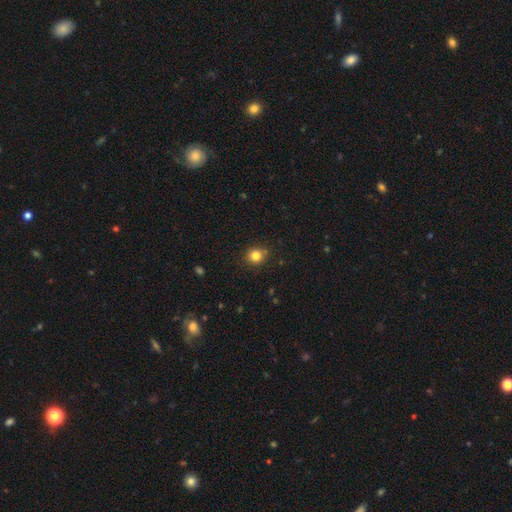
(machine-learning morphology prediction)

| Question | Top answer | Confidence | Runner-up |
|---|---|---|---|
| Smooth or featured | smooth | 82% | star or artifact (12%) |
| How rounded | round | 85% | in between (15%) |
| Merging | none | 86% | minor disturbance (10%) |